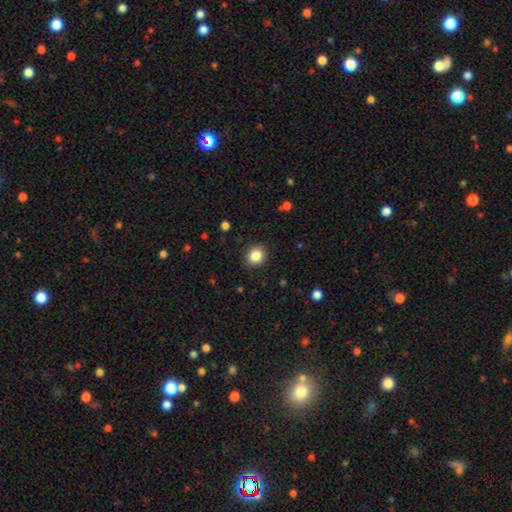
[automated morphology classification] The model was most divided on "how rounded": round: 85%, in between: 14%, cigar-shaped: 1%. More confident: merging — none (91%); smooth or featured — smooth (85%).